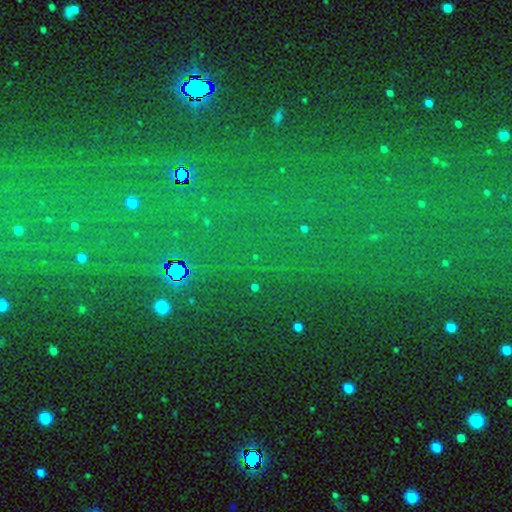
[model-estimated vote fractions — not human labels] Smooth or featured? Predicted: star or artifact (p=0.79).